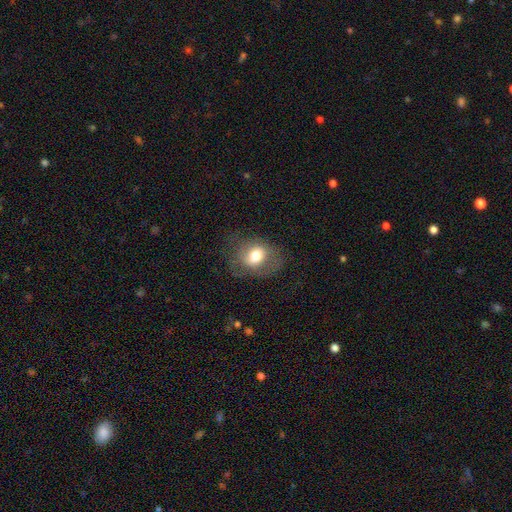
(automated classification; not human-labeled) Morphology: type=smooth (65%); roundness=in between (51%); merging=none (65%).